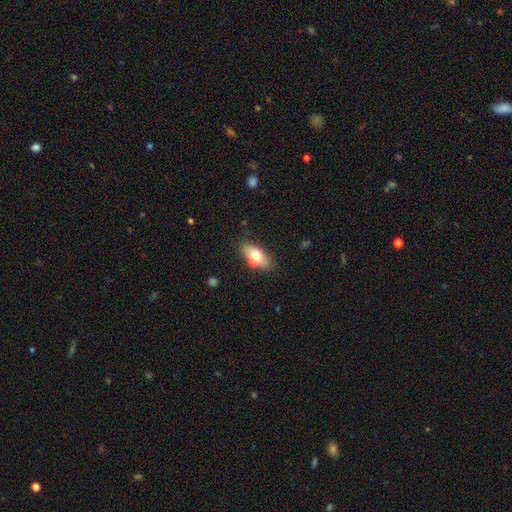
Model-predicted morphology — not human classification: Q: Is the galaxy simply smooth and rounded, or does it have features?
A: smooth — 65%.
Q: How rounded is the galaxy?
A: in between — 84%.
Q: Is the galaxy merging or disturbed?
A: none — 66%.